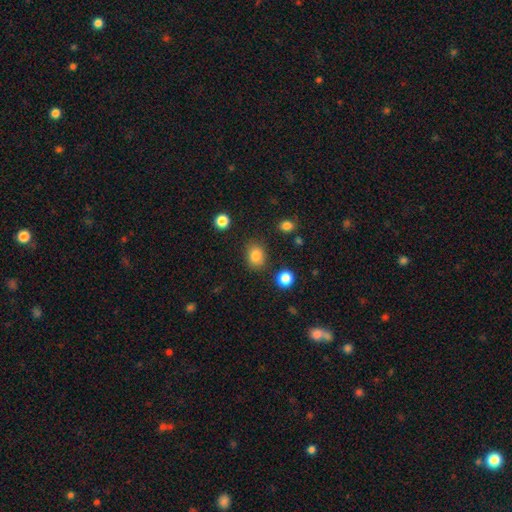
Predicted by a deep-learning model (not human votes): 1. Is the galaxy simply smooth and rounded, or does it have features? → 83% smooth, 11% star or artifact, 6% featured or disk.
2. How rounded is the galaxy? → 56% round, 43% in between, 1% cigar-shaped.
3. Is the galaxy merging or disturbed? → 83% none, 10% minor disturbance, 3% major disturbance, 3% merger.